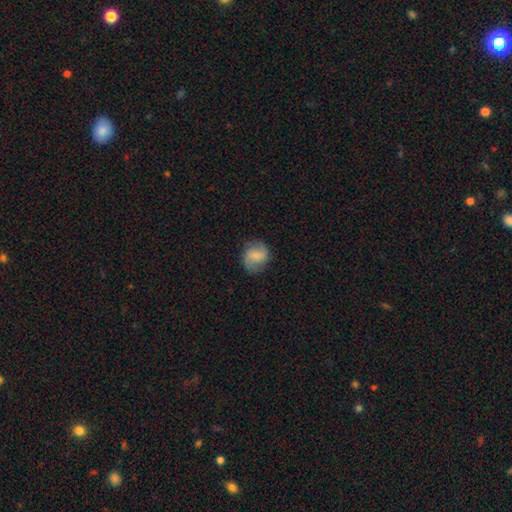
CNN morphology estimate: Overall: smooth (52%; featured or disk 40%). How rounded: round (72%). Merging: none (76%).